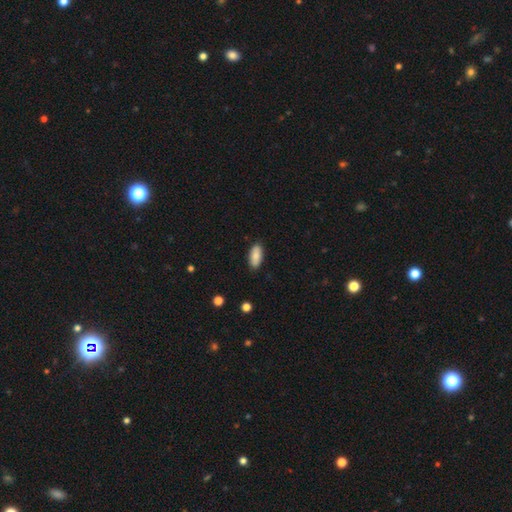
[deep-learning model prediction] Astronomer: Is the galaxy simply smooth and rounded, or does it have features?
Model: smooth — 84%.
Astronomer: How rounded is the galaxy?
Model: in between — 88%.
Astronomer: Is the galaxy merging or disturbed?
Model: none — 87%.